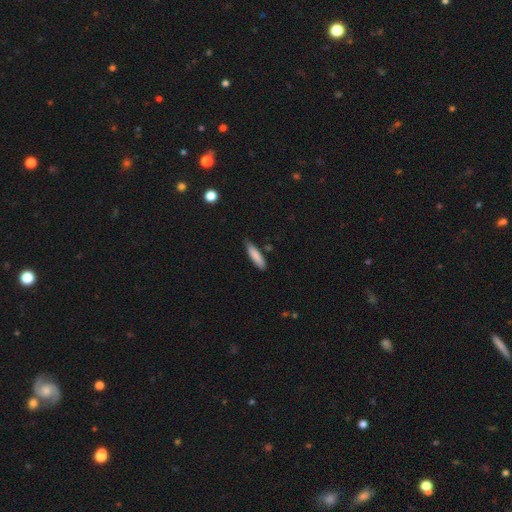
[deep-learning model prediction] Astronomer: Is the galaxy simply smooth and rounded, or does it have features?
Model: smooth — 83%.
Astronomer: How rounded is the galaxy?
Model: cigar-shaped — 78%.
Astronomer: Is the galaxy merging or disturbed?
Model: none — 76%.